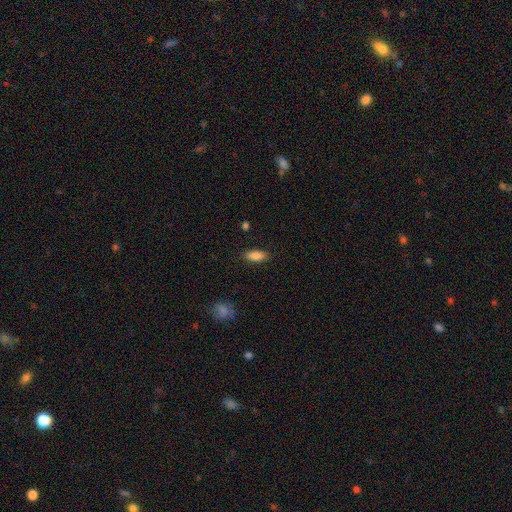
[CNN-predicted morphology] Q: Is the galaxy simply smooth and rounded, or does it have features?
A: smooth — 84%.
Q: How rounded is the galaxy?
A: in between — 80%.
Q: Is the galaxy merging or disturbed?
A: none — 87%.